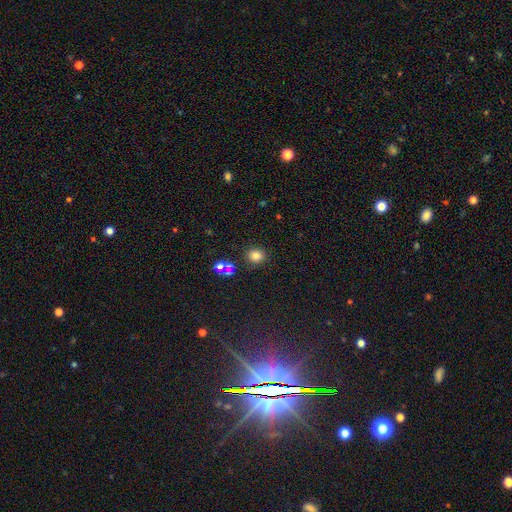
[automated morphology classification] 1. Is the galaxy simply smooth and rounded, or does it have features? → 80% smooth, 14% star or artifact, 6% featured or disk.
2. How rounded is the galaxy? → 77% round, 22% in between, 1% cigar-shaped.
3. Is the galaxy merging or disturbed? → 84% none, 8% minor disturbance, 5% merger, 3% major disturbance.